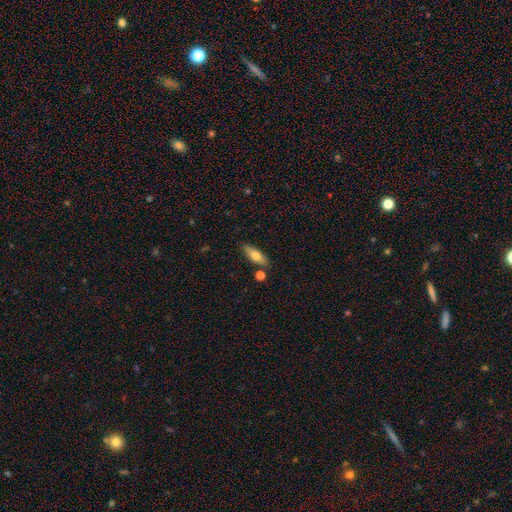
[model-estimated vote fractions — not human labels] Overall: smooth (71%). How rounded: in between (60%; cigar-shaped 38%). Merging: none (79%).